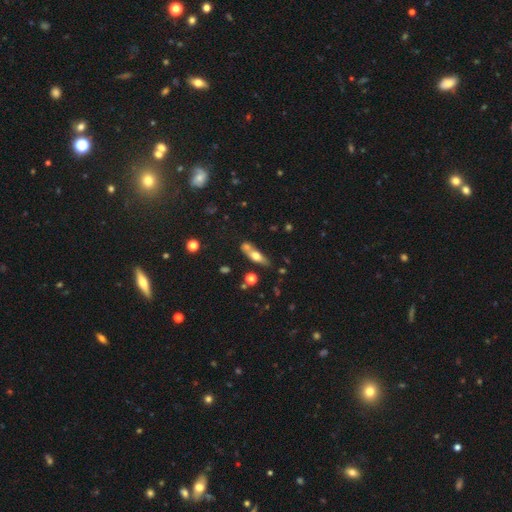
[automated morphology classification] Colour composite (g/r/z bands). It shows a smooth galaxy with no disk features (58%) that is in between round and cigar-shaped (52%). Merging: none (49%).